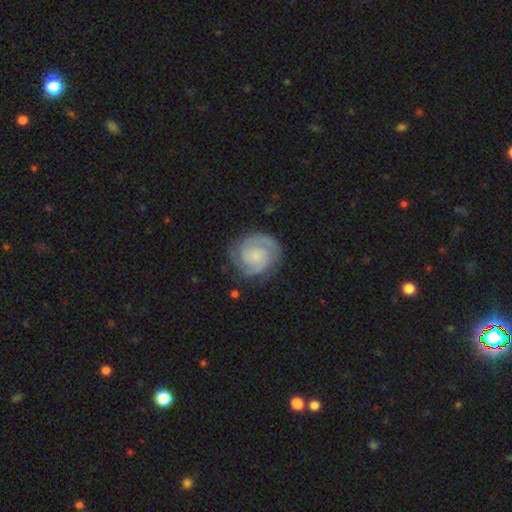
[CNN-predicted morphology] smooth_or_featured: featured or disk (p=0.86) [alt: smooth p=0.09]
disk_edge_on: no (p=0.98) [alt: yes p=0.02]
bar: no (p=0.68) [alt: weak p=0.27]
has_spiral_arms: yes (p=0.98) [alt: no p=0.02]
spiral_winding: tight (p=0.63) [alt: medium p=0.32]
spiral_arm_count: 2 (p=0.73) [alt: 3 p=0.13]
bulge_size: small (p=0.60) [alt: moderate p=0.19]
merging: none (p=0.81) [alt: minor disturbance p=0.14]